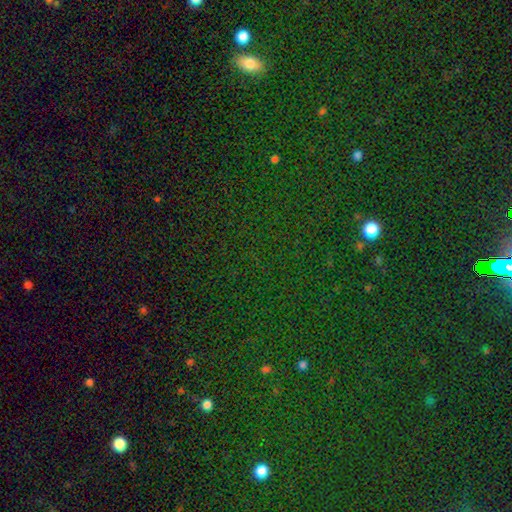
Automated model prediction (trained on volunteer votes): This appears to be a star or artifact, not a galaxy (78%).